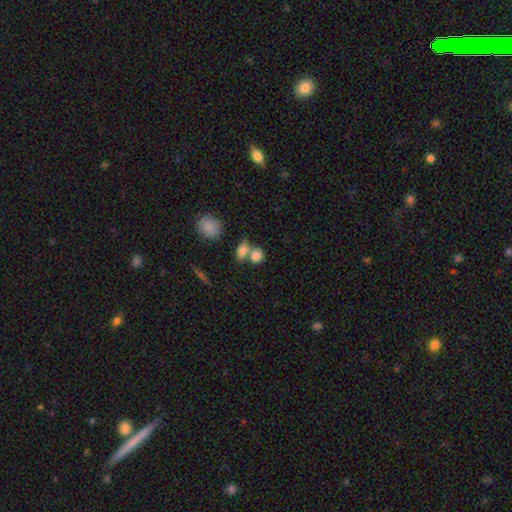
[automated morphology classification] Smooth or featured? Predicted: smooth (p=0.82). How rounded? Predicted: round (p=0.51). Merging? Predicted: merger (p=0.49).